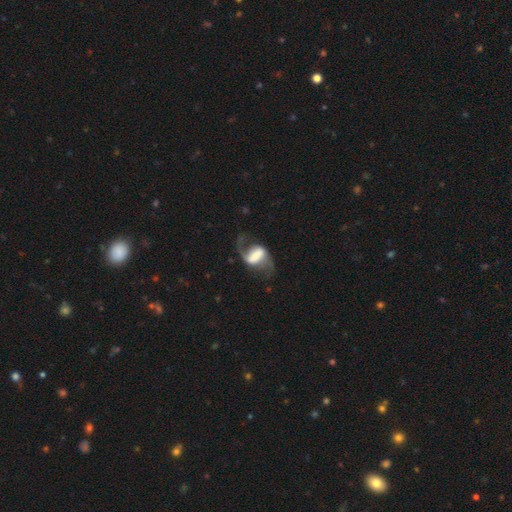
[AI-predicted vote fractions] This appears to be a featured or disk galaxy (78%) with a strong bar (52%), 2 (86%) loose (67%) spiral arms (91%) and a large central bulge (32%). Merging: none (57%).